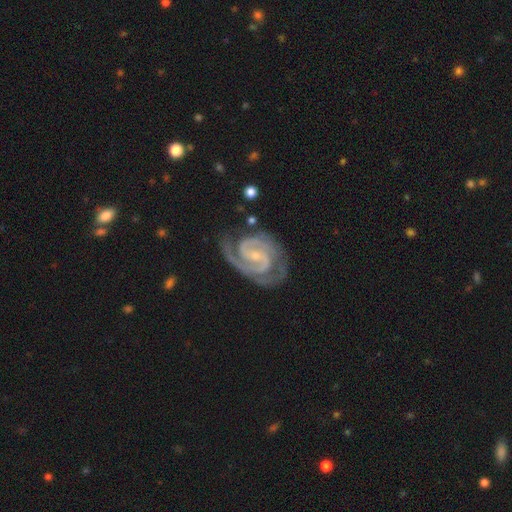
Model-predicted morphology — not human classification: featured or disk 93%, star or artifact 4%, smooth 3%. Down the decision tree: edge-on disk — no (98%); bar — weak (47%); spiral arms — yes (99%); spiral arm count — 2 (87%); spiral winding — tight (53%); bulge size — small (76%); merging — none (73%).